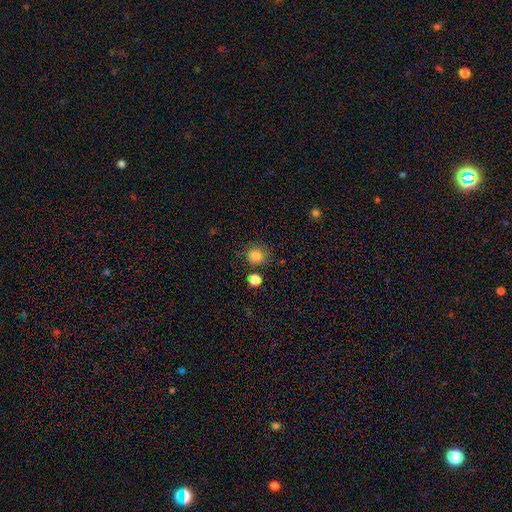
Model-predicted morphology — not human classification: smooth_or_featured: smooth (p=0.81) [alt: star or artifact p=0.13]
how_rounded: round (p=0.89) [alt: in between p=0.10]
merging: none (p=0.75) [alt: minor disturbance p=0.14]